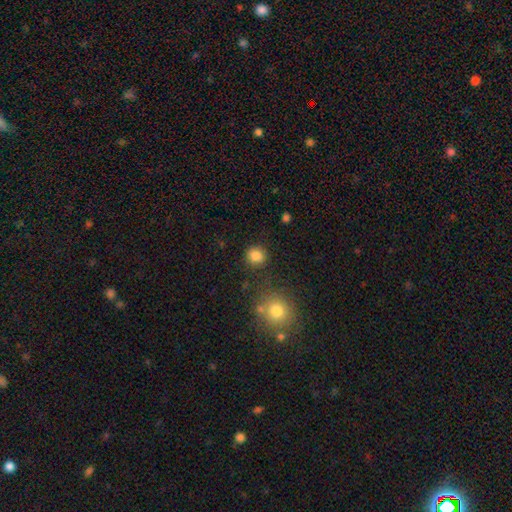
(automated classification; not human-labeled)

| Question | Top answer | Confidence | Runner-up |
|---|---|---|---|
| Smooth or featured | smooth | 84% | star or artifact (11%) |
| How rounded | round | 86% | in between (13%) |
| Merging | none | 84% | minor disturbance (9%) |